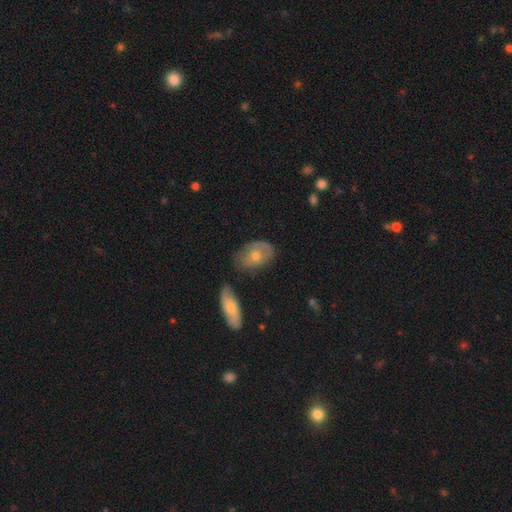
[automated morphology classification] A featured or disk galaxy (50%). Merging: none (58%).